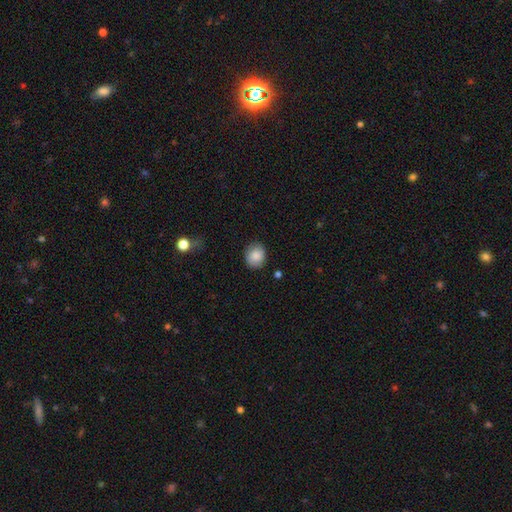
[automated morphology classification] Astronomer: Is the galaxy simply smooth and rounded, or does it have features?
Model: smooth — 87%.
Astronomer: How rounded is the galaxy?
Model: round — 66%.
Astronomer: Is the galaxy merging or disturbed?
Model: none — 84%.